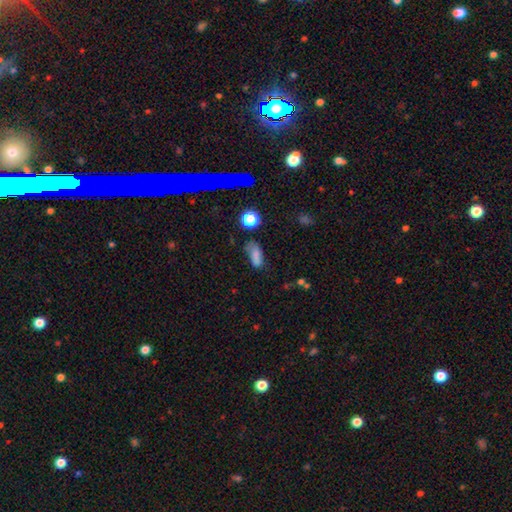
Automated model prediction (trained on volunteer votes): A smooth galaxy with no disk features (72%) that is in between round and cigar-shaped (80%). Merging: none (44%).